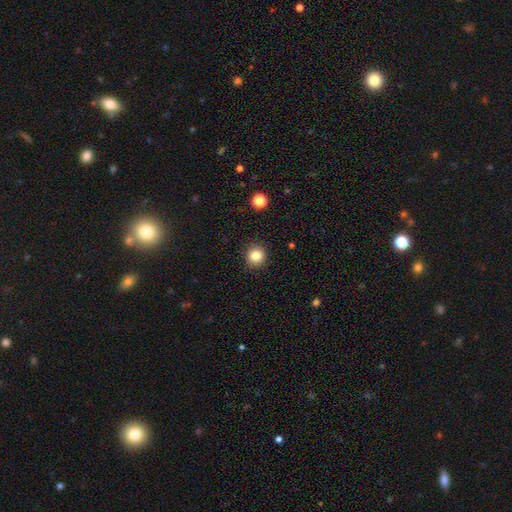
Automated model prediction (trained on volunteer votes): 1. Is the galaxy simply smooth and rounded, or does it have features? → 84% smooth, 11% star or artifact, 5% featured or disk.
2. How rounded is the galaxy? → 90% round, 9% in between, 1% cigar-shaped.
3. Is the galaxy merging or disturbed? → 91% none, 6% minor disturbance, 2% major disturbance, 1% merger.